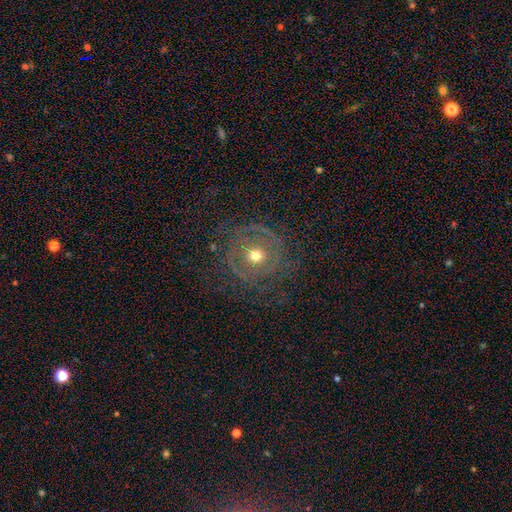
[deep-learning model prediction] smooth-or-featured: featured or disk: 57% | smooth: 30% | star or artifact: 12%
  disk-edge-on: no: 96% | yes: 4%
    bar: no: 83% | weak: 12% | strong: 5%
    has-spiral-arms: no: 52% | yes: 48%
    bulge-size: moderate: 64% | small: 29% | large: 5% | dominant: 1% | none: 1%
  merging: none: 69% | minor disturbance: 15% | major disturbance: 14% | merger: 2%